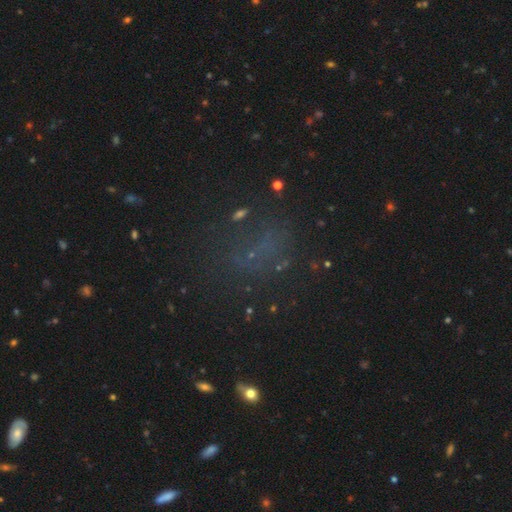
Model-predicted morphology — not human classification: Q: Smooth or featured?
A: star or artifact (42%); runner-up: smooth (37%)